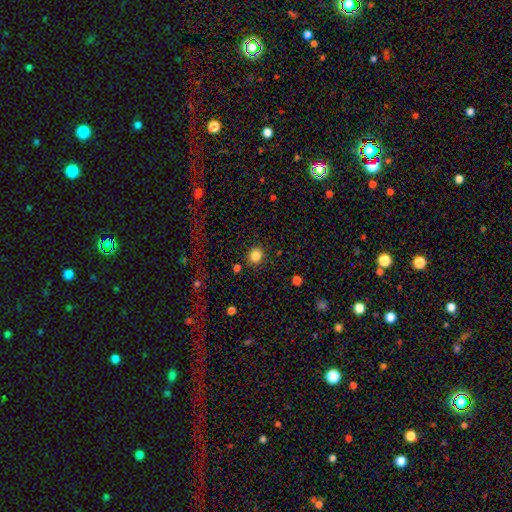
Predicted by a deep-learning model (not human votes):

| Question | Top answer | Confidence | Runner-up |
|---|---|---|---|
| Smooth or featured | smooth | 84% | star or artifact (11%) |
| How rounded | round | 84% | in between (15%) |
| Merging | none | 89% | minor disturbance (7%) |